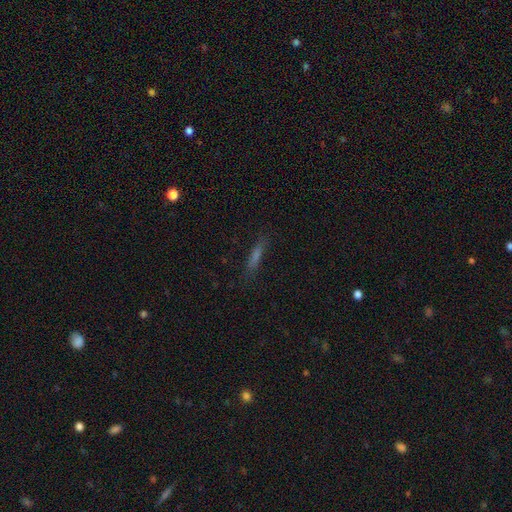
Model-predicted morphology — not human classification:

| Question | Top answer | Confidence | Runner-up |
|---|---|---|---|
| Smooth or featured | smooth | 51% | featured or disk (32%) |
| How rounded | cigar-shaped | 88% | in between (9%) |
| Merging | none | 81% | minor disturbance (13%) |